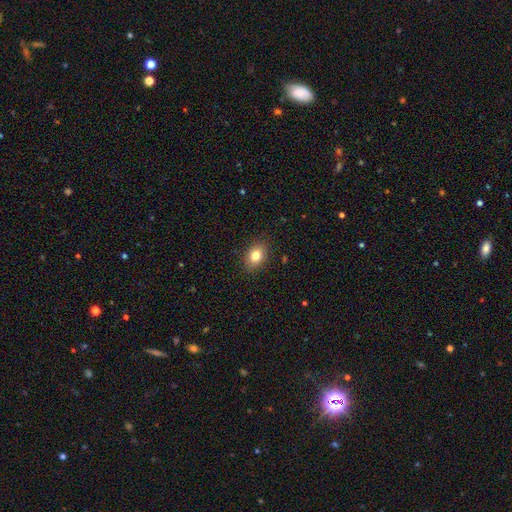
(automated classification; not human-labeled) This appears to be a smooth galaxy with no disk features (81%) that is in between round and cigar-shaped (69%). Merging: none (87%).